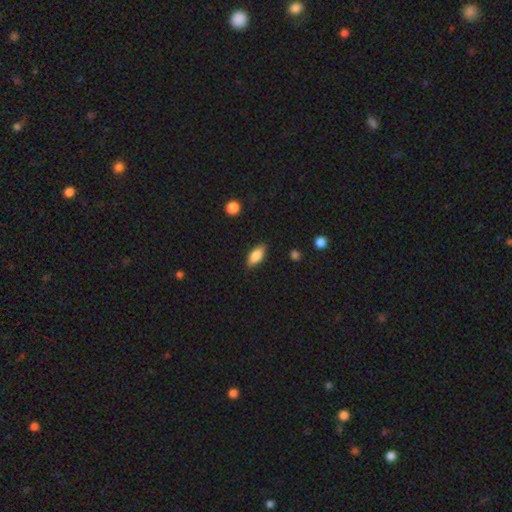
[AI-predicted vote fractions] Q: Smooth or featured?
A: smooth (82%); runner-up: featured or disk (11%)
Q: How rounded?
A: in between (86%); runner-up: cigar-shaped (11%)
Q: Merging?
A: none (84%); runner-up: minor disturbance (13%)